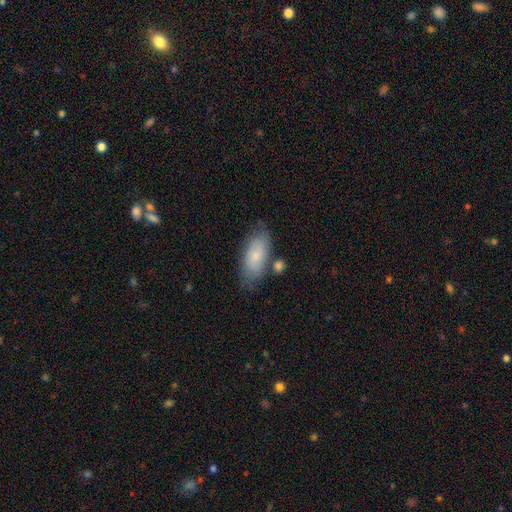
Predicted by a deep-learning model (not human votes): This appears to be a smooth galaxy with no disk features (71%) that is in between round and cigar-shaped (87%). Merging: none (66%).